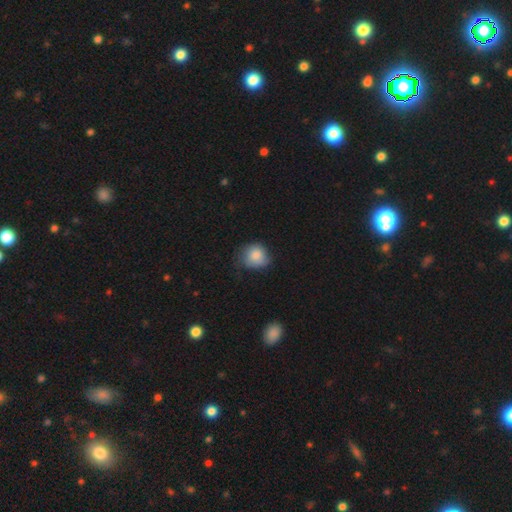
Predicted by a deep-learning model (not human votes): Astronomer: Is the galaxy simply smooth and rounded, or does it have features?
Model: smooth — 83%.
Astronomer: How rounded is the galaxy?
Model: round — 77%.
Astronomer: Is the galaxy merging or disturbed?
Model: none — 55% (runner-up: minor disturbance, 35%).